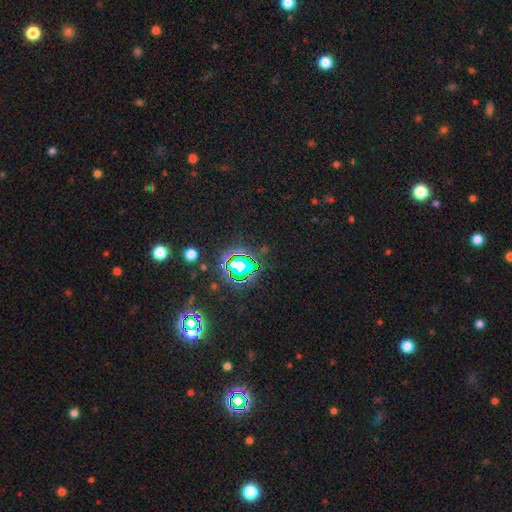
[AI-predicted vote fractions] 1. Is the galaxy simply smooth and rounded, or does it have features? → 82% star or artifact, 11% smooth, 7% featured or disk.